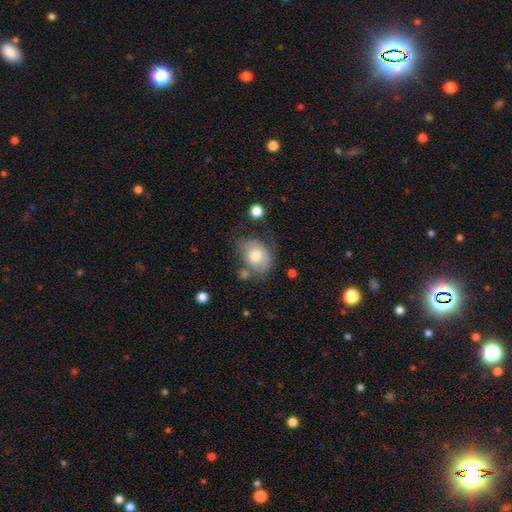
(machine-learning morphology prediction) Q: Smooth or featured?
A: smooth (69%); runner-up: featured or disk (24%)
Q: How rounded?
A: in between (65%); runner-up: round (34%)
Q: Merging?
A: none (46%); runner-up: minor disturbance (29%)